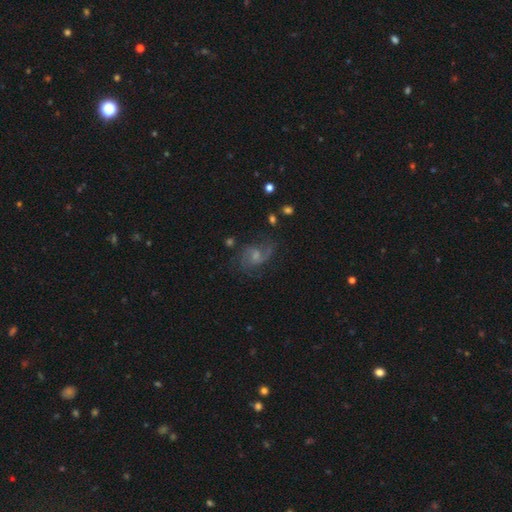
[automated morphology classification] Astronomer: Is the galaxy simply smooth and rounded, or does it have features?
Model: featured or disk — 74%.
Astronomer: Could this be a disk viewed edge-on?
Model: no — 97%.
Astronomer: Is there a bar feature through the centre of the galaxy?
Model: weak — 46%, tied with no at 46%.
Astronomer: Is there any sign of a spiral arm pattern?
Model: yes — 93%.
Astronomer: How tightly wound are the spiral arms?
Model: medium — 46% (runner-up: loose, 41%).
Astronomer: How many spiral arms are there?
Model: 2 — 74%.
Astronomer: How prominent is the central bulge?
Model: small — 44% (runner-up: moderate, 35%).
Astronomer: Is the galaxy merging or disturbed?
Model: none — 64%.